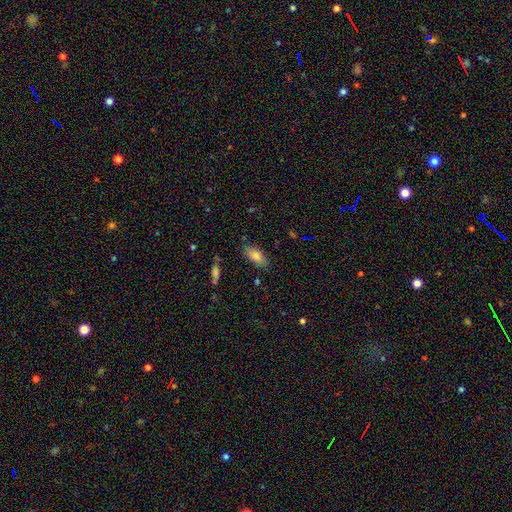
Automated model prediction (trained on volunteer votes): Morphology: type=smooth (79%); roundness=in between (87%); merging=none (81%).